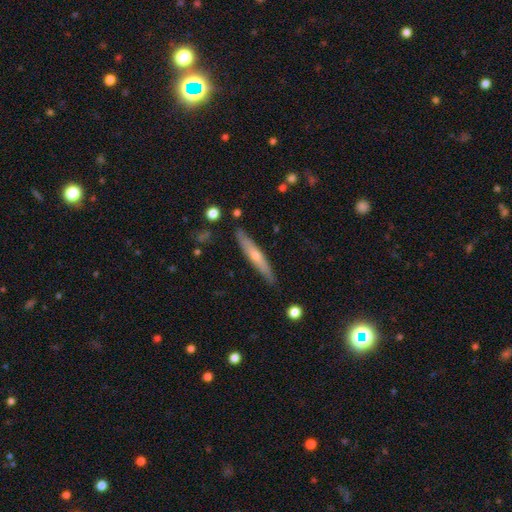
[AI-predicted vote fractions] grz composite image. It shows a featured or disk galaxy (50%) viewed edge-on (90%). Merging: none (86%).